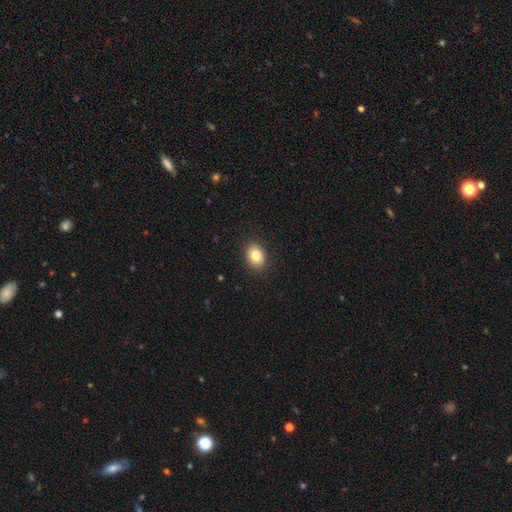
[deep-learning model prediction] Morphology: type=smooth (83%); roundness=in between (58%); merging=none (90%).